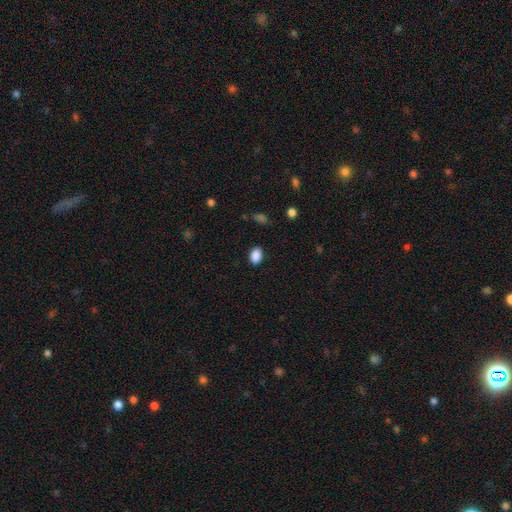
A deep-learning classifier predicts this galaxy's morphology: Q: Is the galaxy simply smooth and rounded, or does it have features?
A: smooth — 89%.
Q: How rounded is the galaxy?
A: in between — 83%.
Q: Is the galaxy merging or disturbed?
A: none — 87%.